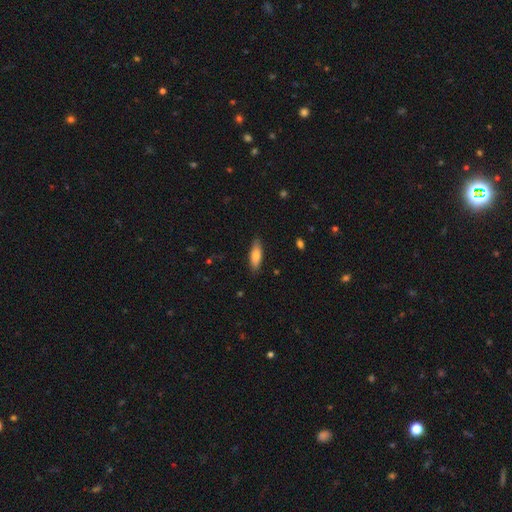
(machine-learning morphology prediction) type=smooth (76%); roundness=in between (56%); merging=none (86%).